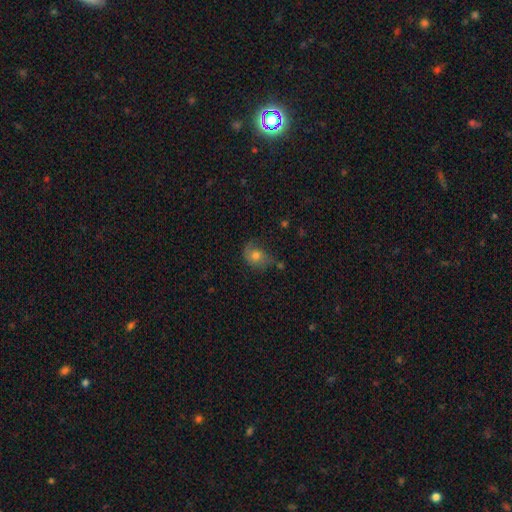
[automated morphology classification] Smooth or featured?
  - smooth: 56% *
  - featured or disk: 33%
  - star or artifact: 11%
How rounded?
  - round: 51% *
  - in between: 48%
  - cigar-shaped: 1%
Merging?
  - none: 47% *
  - minor disturbance: 29%
  - major disturbance: 20%
  - merger: 4%